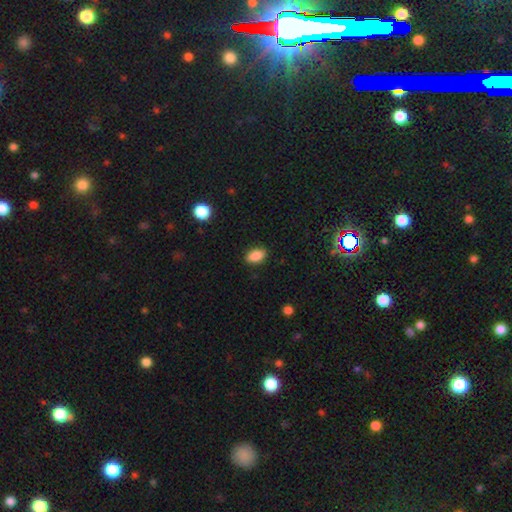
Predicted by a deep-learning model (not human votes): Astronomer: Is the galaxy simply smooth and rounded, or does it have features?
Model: smooth — 87%.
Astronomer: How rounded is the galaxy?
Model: in between — 88%.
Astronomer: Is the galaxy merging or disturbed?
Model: none — 87%.